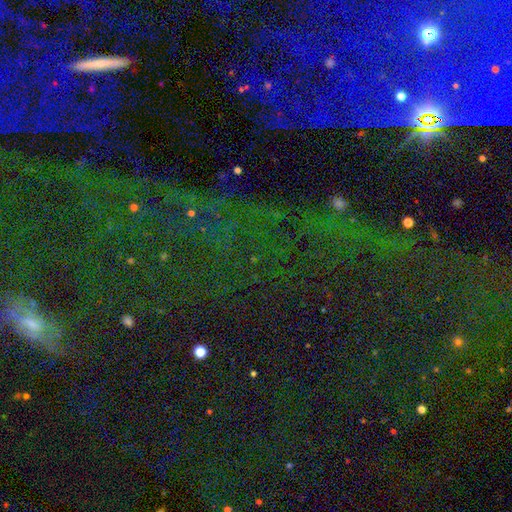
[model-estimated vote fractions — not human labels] This is likely a star or artifact rather than a galaxy (77%).